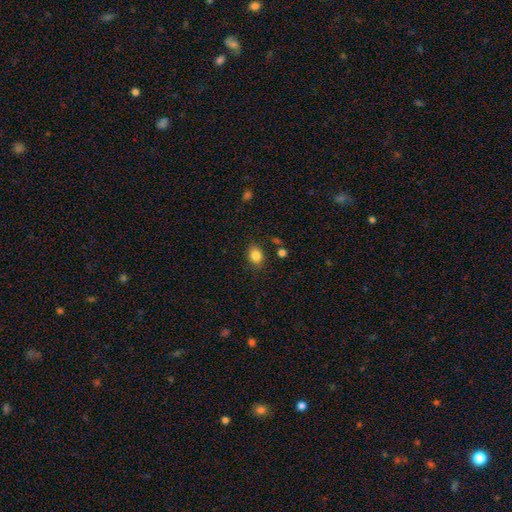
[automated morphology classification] type=smooth (84%); roundness=round (55%); merging=none (84%).